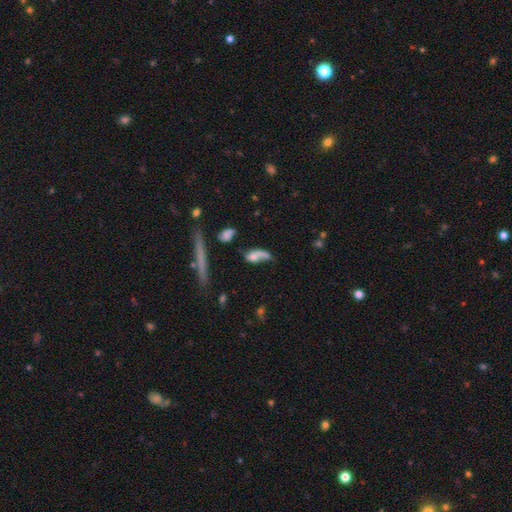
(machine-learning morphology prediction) smooth-or-featured: smooth: 46% | featured or disk: 43% | star or artifact: 11%
  merging: major disturbance: 31% | none: 30% | minor disturbance: 21% | merger: 19%